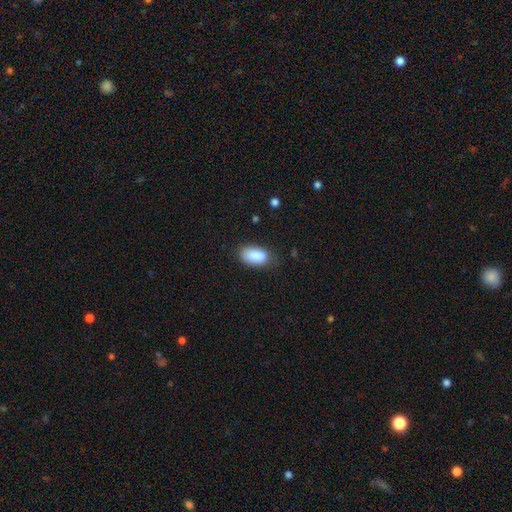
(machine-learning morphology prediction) Smooth or featured: smooth — 87% (star or artifact — 7%)
How rounded: in between — 93% (round — 4%)
Merging: none — 72% (minor disturbance — 21%)